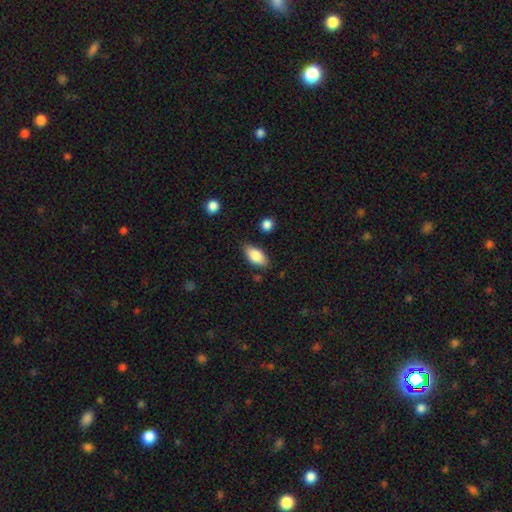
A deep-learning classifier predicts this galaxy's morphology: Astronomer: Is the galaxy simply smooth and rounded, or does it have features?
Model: smooth — 82%.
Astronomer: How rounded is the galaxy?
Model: in between — 90%.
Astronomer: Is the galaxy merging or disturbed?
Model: none — 81%.